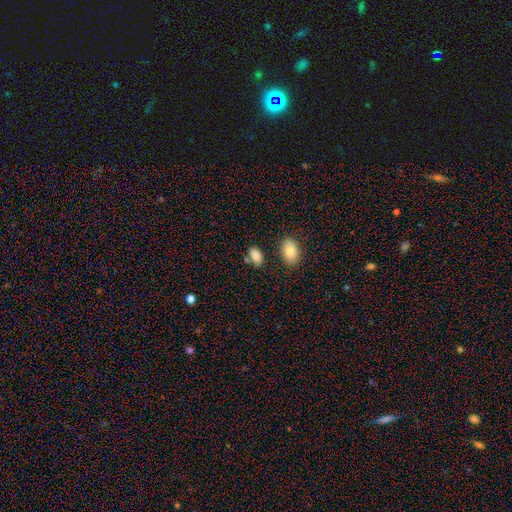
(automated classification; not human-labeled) smooth 85%, star or artifact 9%, featured or disk 6%. Down the decision tree: how rounded — in between (91%); merging — none (69%).